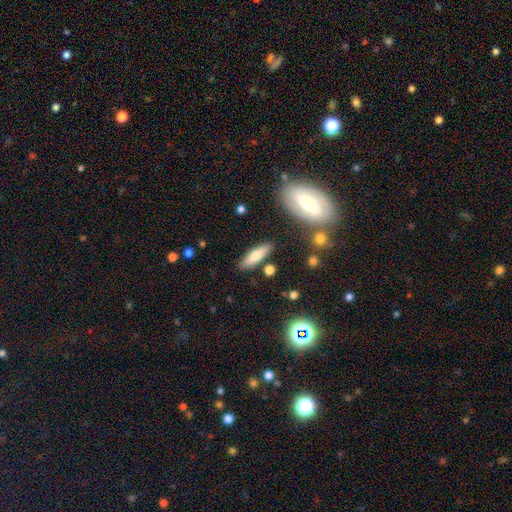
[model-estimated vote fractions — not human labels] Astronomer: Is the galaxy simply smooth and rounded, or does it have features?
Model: smooth — 69%.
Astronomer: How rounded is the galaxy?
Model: cigar-shaped — 57% (runner-up: in between, 41%).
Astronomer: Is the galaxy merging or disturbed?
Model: none — 83%.